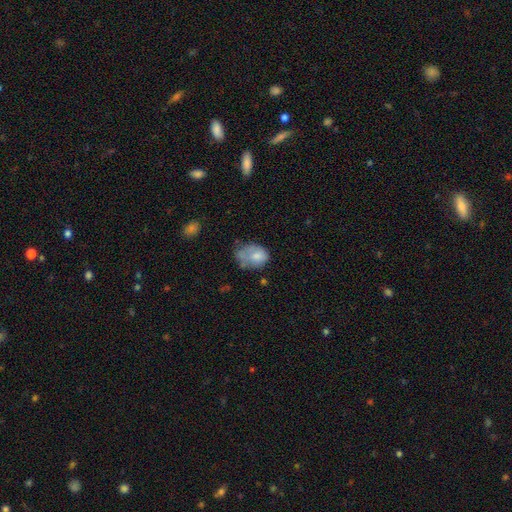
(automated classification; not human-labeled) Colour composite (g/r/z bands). It shows a smooth galaxy with no disk features (70%) that is in between round and cigar-shaped (65%). Merging: minor disturbance (32%).